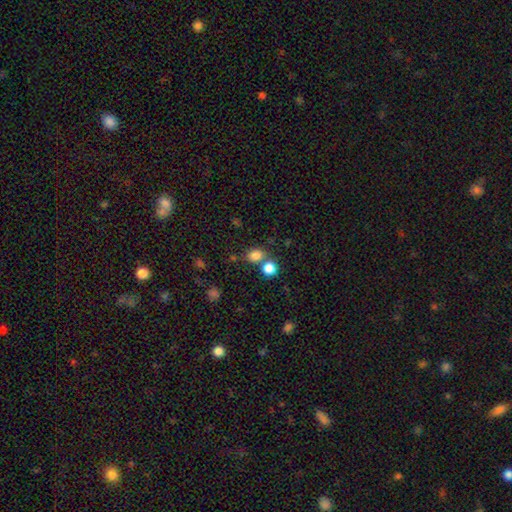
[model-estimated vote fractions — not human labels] Smooth or featured?
  - smooth: 81% *
  - star or artifact: 14%
  - featured or disk: 6%
How rounded?
  - round: 59% *
  - in between: 40%
  - cigar-shaped: 1%
Merging?
  - none: 62% *
  - merger: 25%
  - minor disturbance: 9%
  - major disturbance: 4%